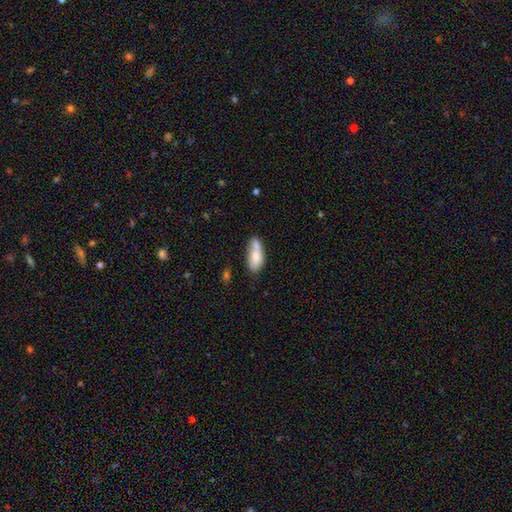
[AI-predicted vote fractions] A smooth galaxy with no disk features (74%) that is in between round and cigar-shaped (82%).

Vote fractions:
- Smooth or featured? smooth: 74% / featured or disk: 18% / star or artifact: 8%
- How rounded? in between: 82% / cigar-shaped: 15% / round: 4%
- Merging? merger: 38% / none: 36% / minor disturbance: 19% / major disturbance: 8%